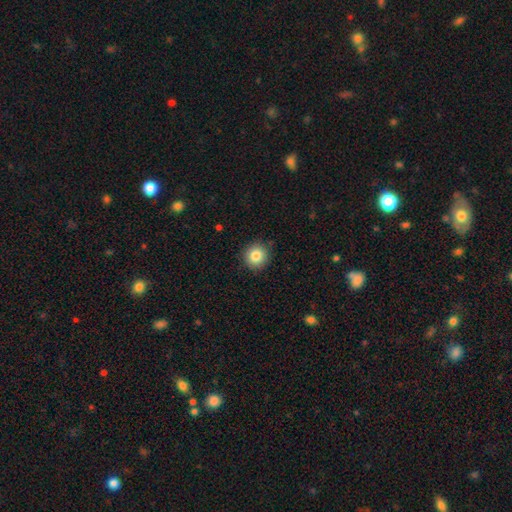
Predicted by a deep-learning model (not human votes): Smooth or featured?
  - smooth: 84% *
  - star or artifact: 10%
  - featured or disk: 7%
How rounded?
  - round: 92% *
  - in between: 7%
  - cigar-shaped: 1%
Merging?
  - none: 88% *
  - minor disturbance: 9%
  - major disturbance: 2%
  - merger: 1%